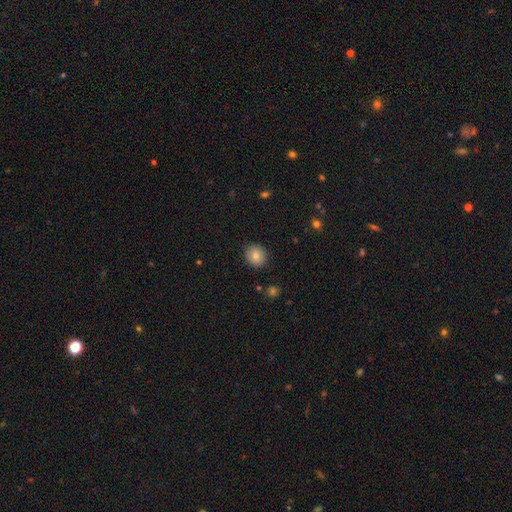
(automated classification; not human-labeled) smooth 80%, featured or disk 11%, star or artifact 9%. Down the decision tree: how rounded — round (87%); merging — none (90%).